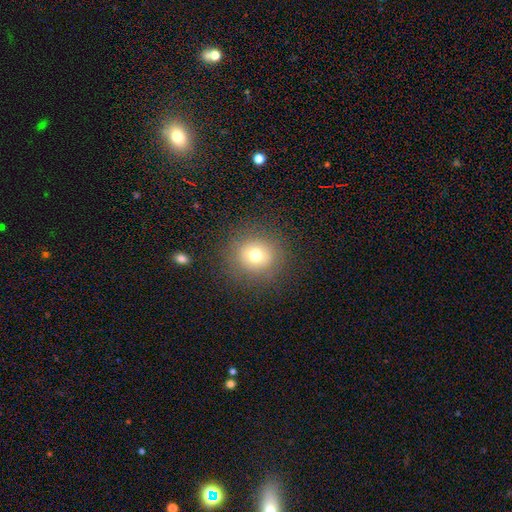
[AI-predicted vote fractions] The model was most divided on "smooth or featured": smooth: 72%, star or artifact: 15%, featured or disk: 13%. More confident: how rounded — round (91%); merging — none (86%).